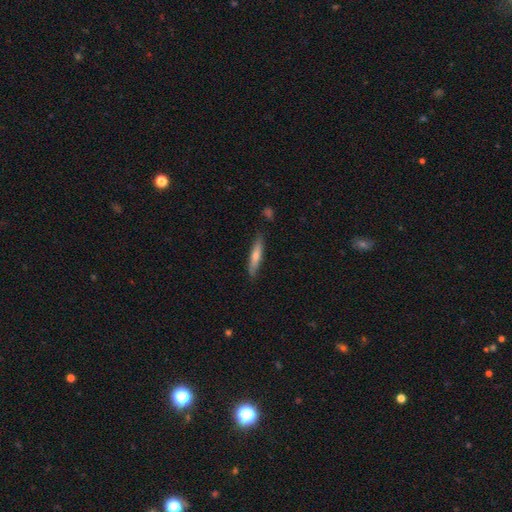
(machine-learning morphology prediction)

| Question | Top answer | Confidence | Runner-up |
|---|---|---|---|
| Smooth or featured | smooth | 64% | featured or disk (31%) |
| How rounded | cigar-shaped | 88% | in between (10%) |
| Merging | none | 85% | minor disturbance (11%) |